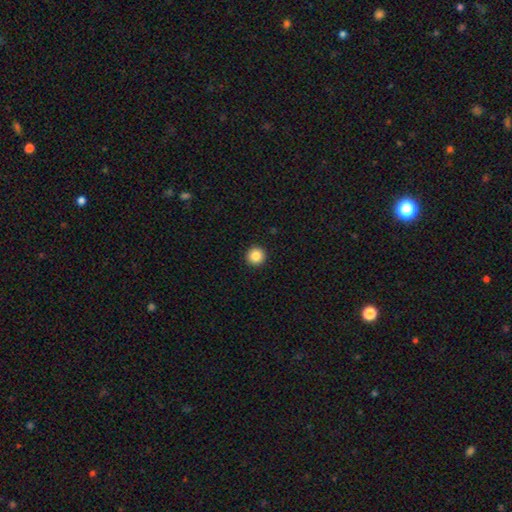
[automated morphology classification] smooth 86%, star or artifact 10%, featured or disk 4%. Down the decision tree: how rounded — round (96%); merging — none (94%).